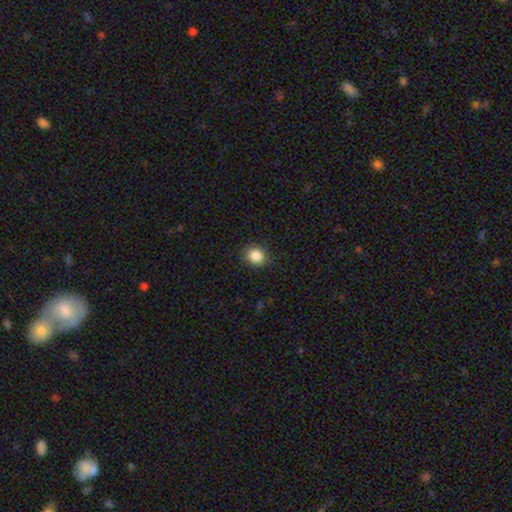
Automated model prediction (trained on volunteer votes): The model was most divided on "how rounded": round: 73%, in between: 26%, cigar-shaped: 1%. More confident: merging — none (88%); smooth or featured — smooth (85%).